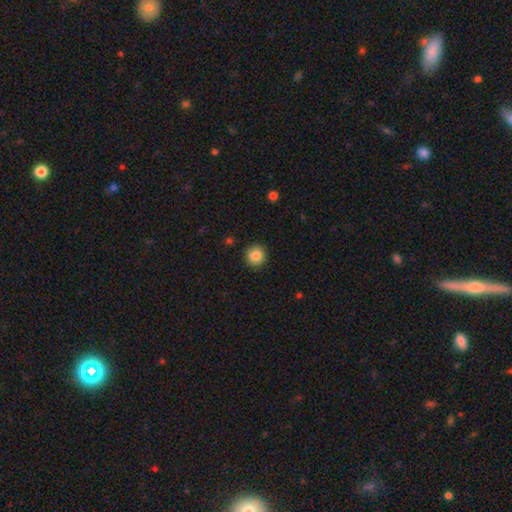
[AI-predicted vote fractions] This appears to be a smooth galaxy with no disk features (86%) that is round (94%). Merging: none (92%).